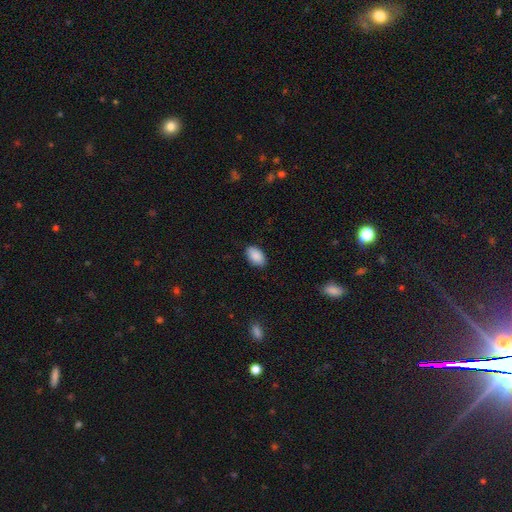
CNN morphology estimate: The model was most divided on "merging": none: 86%, minor disturbance: 11%, major disturbance: 2%, merger: 1%. More confident: how rounded — in between (94%); smooth or featured — smooth (90%).